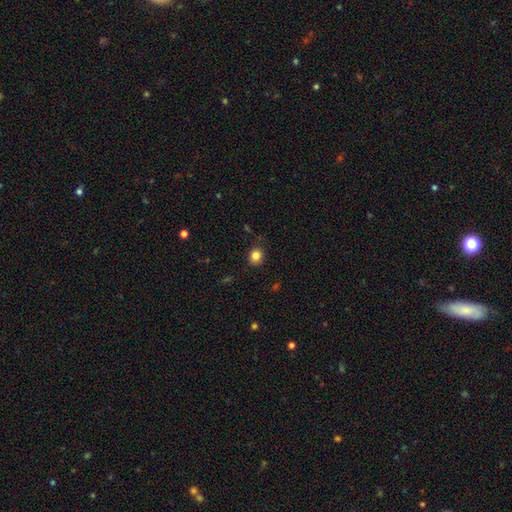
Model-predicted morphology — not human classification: A smooth galaxy with no disk features (84%) that is round (75%). Merging: none (86%).